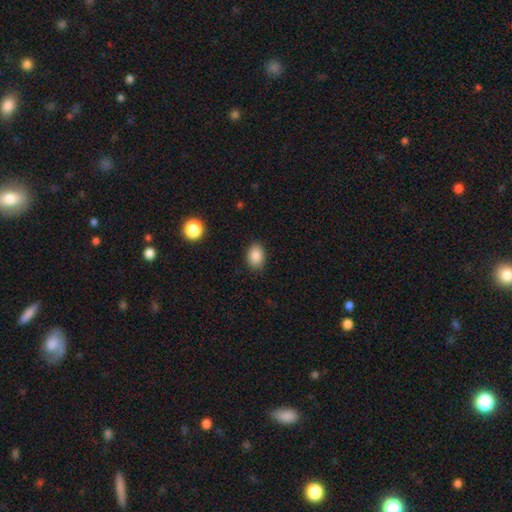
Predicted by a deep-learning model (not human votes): Smooth or featured: smooth — 87% (star or artifact — 9%)
How rounded: in between — 75% (round — 24%)
Merging: none — 86% (minor disturbance — 11%)